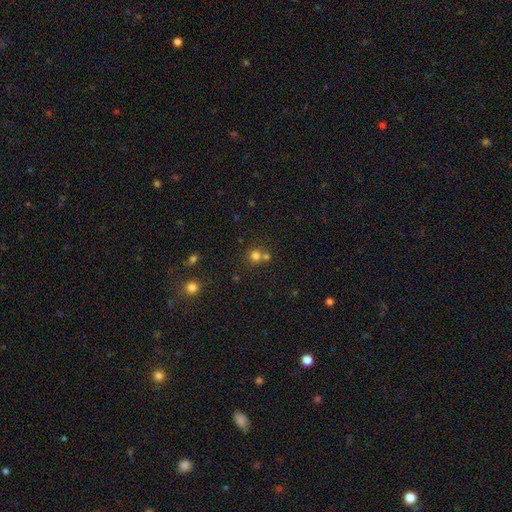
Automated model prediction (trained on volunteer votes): smooth 75%, star or artifact 17%, featured or disk 8%. Down the decision tree: how rounded — round (89%); merging — none (57%).